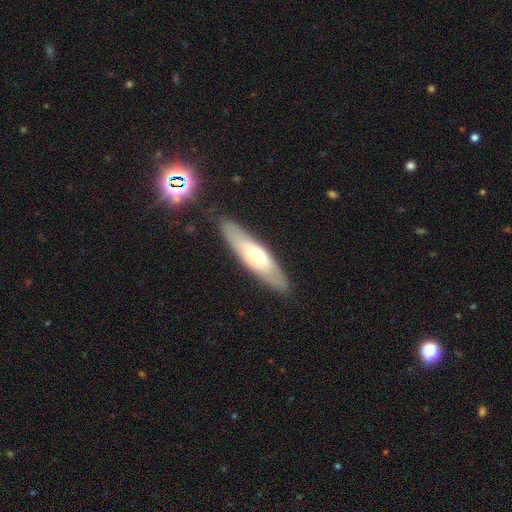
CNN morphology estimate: A featured or disk galaxy (48%). Merging: none (85%).